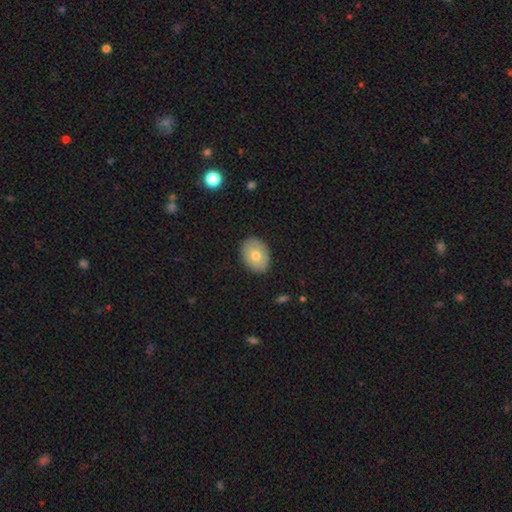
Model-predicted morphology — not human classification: Smooth or featured? smooth (70%)
How rounded? in between (73%)
Merging? none (88%)